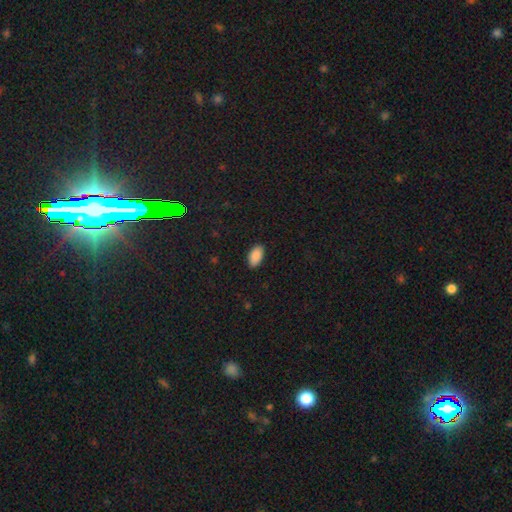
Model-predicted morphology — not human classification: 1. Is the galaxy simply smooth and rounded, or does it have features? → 89% smooth, 7% star or artifact, 4% featured or disk.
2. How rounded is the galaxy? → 95% in between, 3% round, 2% cigar-shaped.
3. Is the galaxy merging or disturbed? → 88% none, 9% minor disturbance, 2% major disturbance, 1% merger.